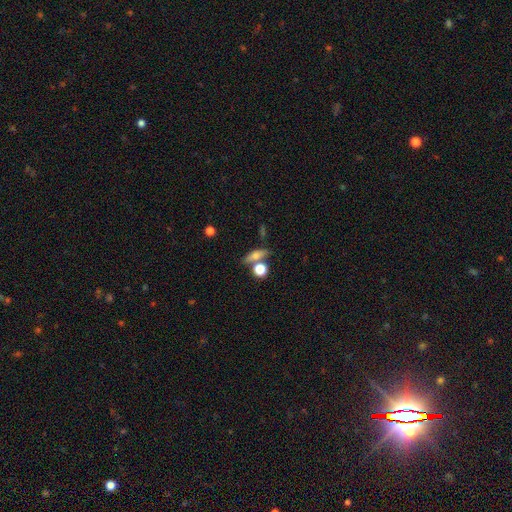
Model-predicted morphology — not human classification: Smooth or featured? smooth (57%)
How rounded? in between (42%)
Merging? none (67%)